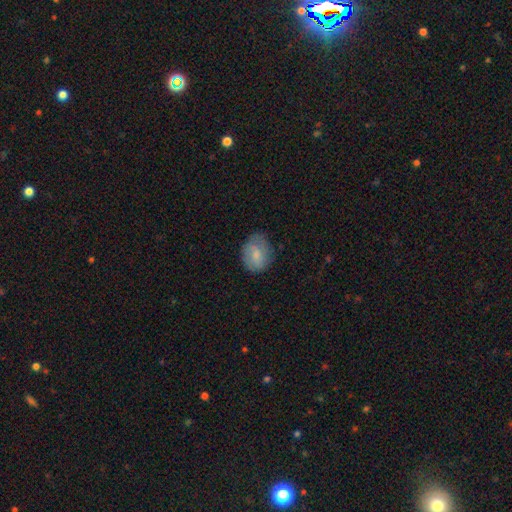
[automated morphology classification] Smooth or featured? Predicted: smooth (p=0.72). How rounded? Predicted: in between (p=0.51). Merging? Predicted: none (p=0.66).